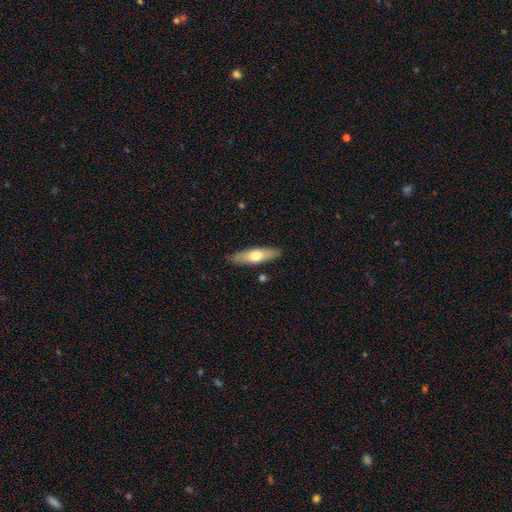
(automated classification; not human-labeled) Smooth or featured? Predicted: smooth (p=0.57). How rounded? Predicted: cigar-shaped (p=0.58). Merging? Predicted: none (p=0.86).